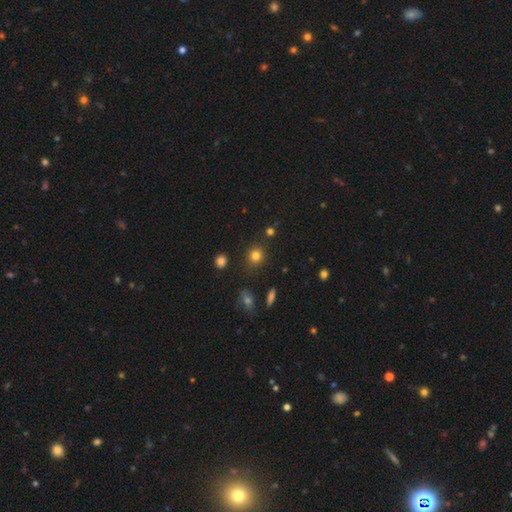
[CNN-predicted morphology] The model was most divided on "smooth or featured": smooth: 81%, star or artifact: 13%, featured or disk: 6%. More confident: merging — none (85%); how rounded — round (85%).